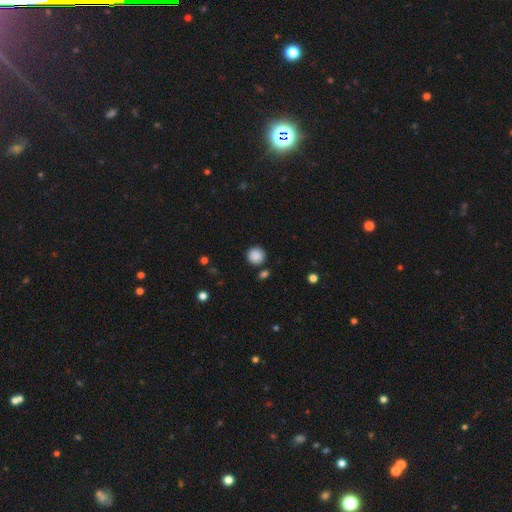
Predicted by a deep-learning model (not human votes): smooth-or-featured: smooth: 87% | star or artifact: 10% | featured or disk: 3%
  how-rounded: round: 94% | in between: 5% | cigar-shaped: 1%
  merging: none: 87% | minor disturbance: 7% | merger: 4% | major disturbance: 3%